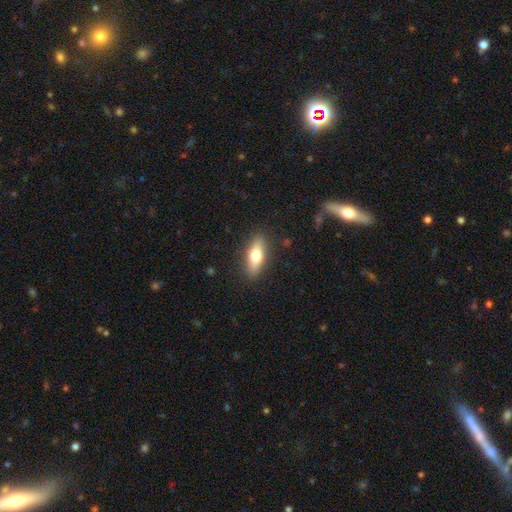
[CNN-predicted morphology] Overall: smooth (65%; featured or disk 28%). How rounded: in between (65%; cigar-shaped 31%). Merging: none (88%).